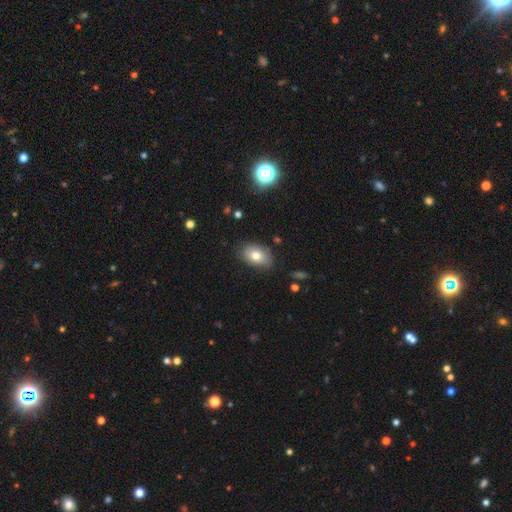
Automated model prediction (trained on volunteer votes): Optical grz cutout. It shows a smooth galaxy with no disk features (75%) that is in between round and cigar-shaped (86%). Merging: none (81%).